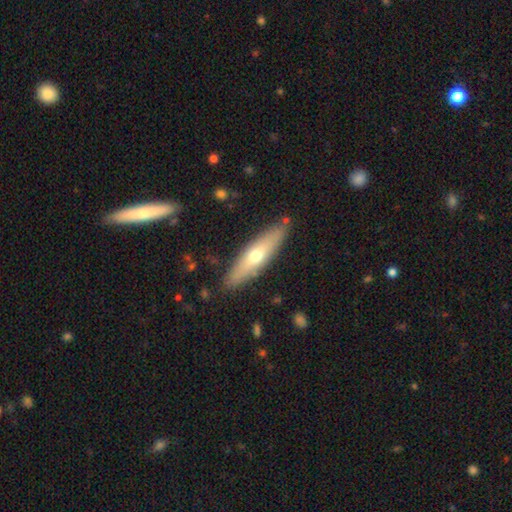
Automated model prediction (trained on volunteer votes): Smooth or featured: smooth — 52% (featured or disk — 42%)
How rounded: cigar-shaped — 74% (in between — 24%)
Merging: none — 87% (minor disturbance — 10%)